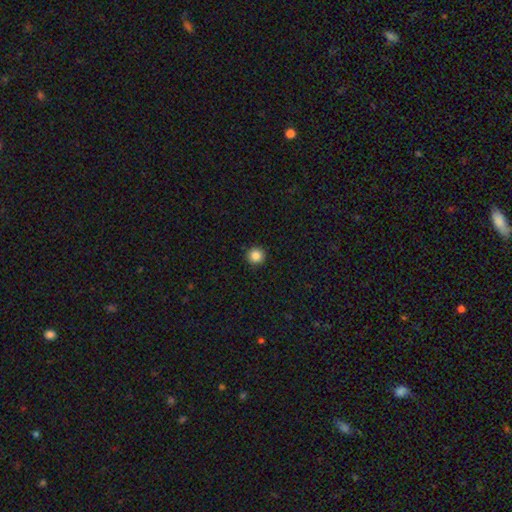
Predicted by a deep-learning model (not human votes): This is clearly a smooth galaxy (85%). How rounded: clearly round (96%). Merging: clearly none (93%).